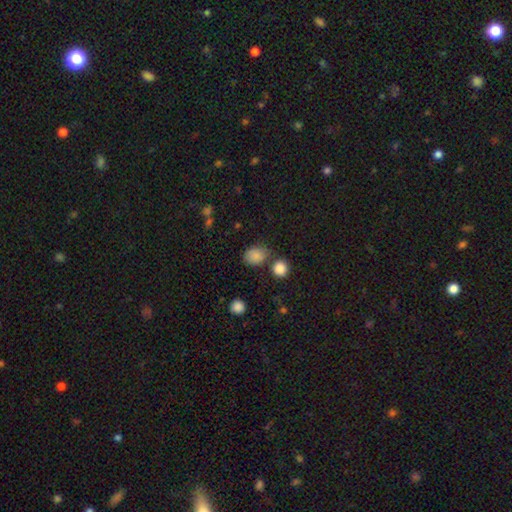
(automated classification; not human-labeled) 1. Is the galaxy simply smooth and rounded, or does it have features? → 84% smooth, 10% star or artifact, 5% featured or disk.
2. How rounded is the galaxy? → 59% in between, 40% round, 1% cigar-shaped.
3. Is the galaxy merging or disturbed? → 67% none, 17% minor disturbance, 11% merger, 5% major disturbance.